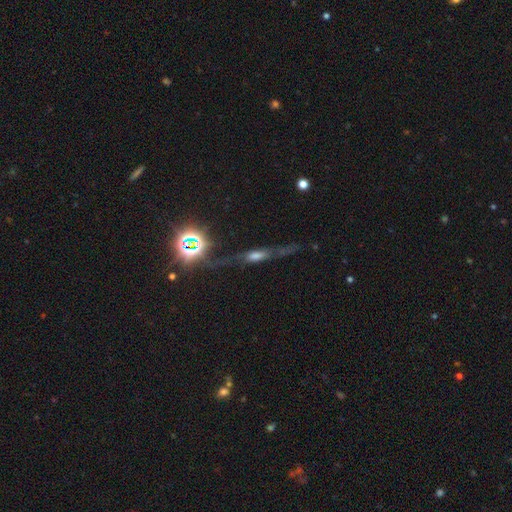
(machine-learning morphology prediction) featured or disk 46%, smooth 32%, star or artifact 23%. Down the decision tree: merging — none (56%).